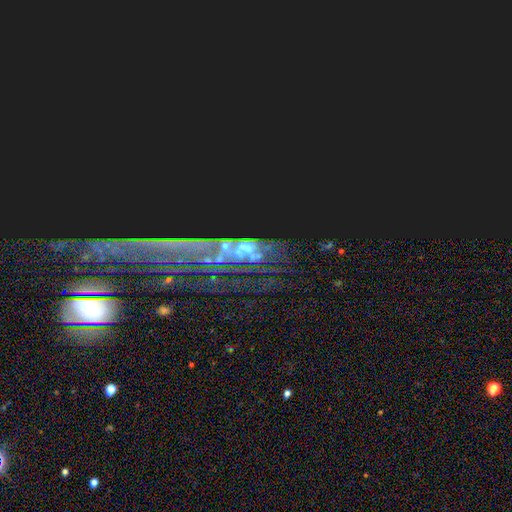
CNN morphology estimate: star or artifact 57%, featured or disk 28%, smooth 15%.